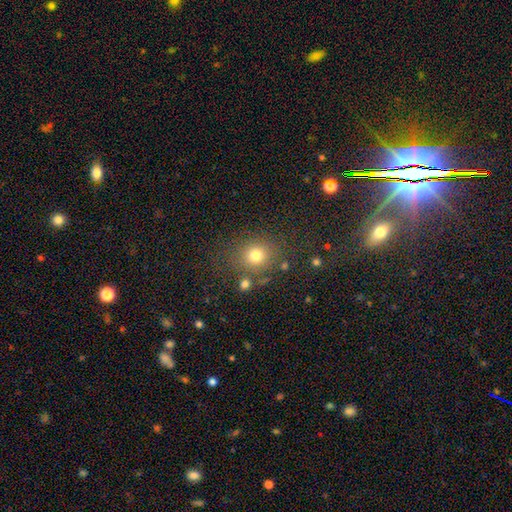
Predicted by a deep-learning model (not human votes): This appears to be a smooth galaxy with no disk features (76%) that is round (79%). Merging: none (75%).